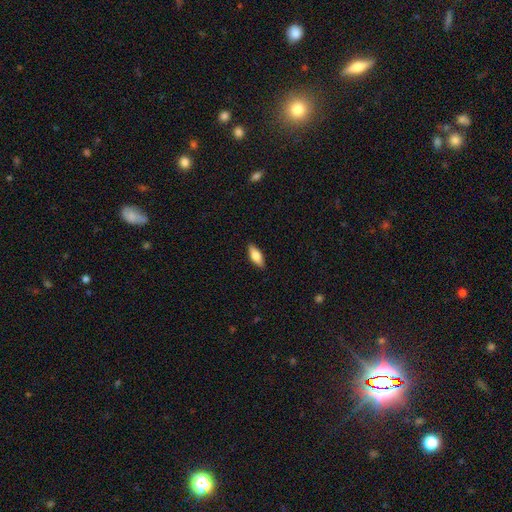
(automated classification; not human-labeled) The model was most divided on "how rounded": in between: 69%, cigar-shaped: 28%, round: 2%. More confident: merging — none (89%); smooth or featured — smooth (71%).